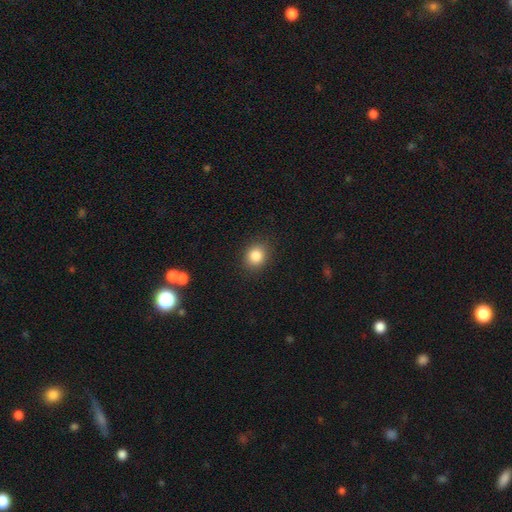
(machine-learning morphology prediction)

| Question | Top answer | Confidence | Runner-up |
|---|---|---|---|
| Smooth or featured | smooth | 85% | star or artifact (10%) |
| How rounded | round | 71% | in between (29%) |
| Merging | none | 88% | minor disturbance (8%) |